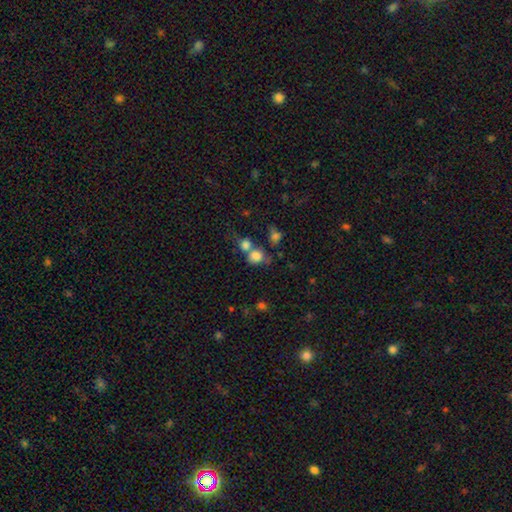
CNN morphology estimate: type=smooth (78%); roundness=round (71%); merging=merger (42%).